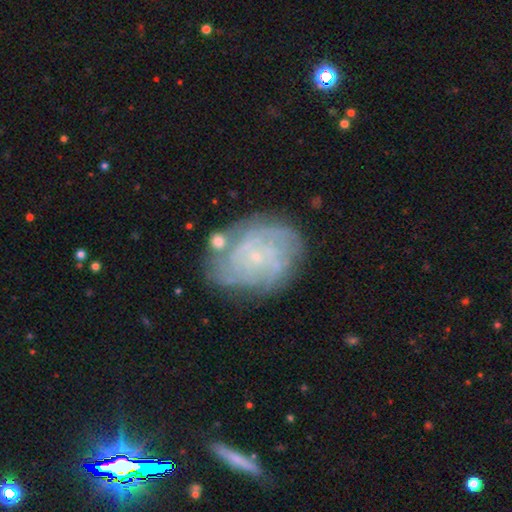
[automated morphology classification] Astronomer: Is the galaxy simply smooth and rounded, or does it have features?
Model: featured or disk — 75%.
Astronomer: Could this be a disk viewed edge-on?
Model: no — 97%.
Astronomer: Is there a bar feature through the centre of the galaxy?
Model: no — 76%.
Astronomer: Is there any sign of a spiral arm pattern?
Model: yes — 86%.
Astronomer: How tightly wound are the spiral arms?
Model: tight — 67%.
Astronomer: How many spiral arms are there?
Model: can't tell — 46%.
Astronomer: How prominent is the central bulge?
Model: small — 82%.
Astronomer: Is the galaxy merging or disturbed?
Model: none — 69%.